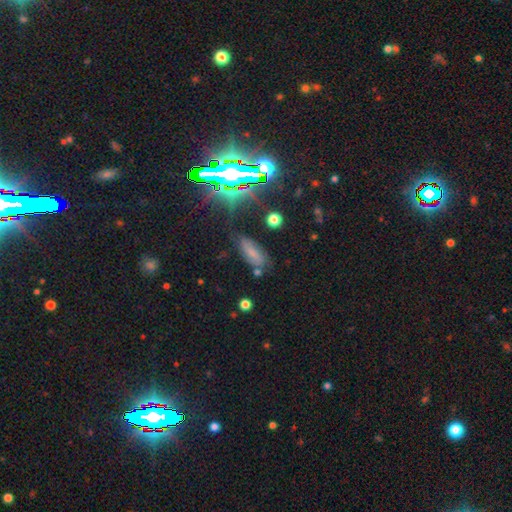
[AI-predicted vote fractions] The model was most divided on "smooth or featured": smooth: 52%, star or artifact: 29%, featured or disk: 19%. More confident: merging — none (68%); how rounded — in between (68%).